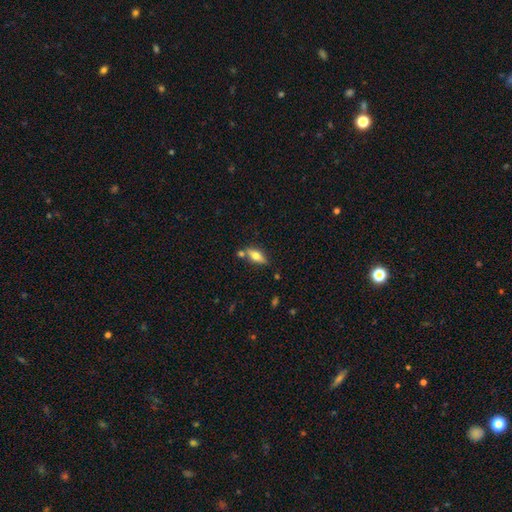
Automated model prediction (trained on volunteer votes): Overall: smooth (59%; featured or disk 33%). How rounded: in between (69%). Merging: none (67%).